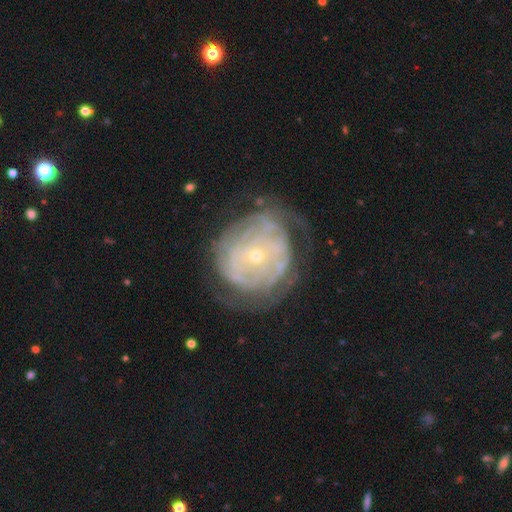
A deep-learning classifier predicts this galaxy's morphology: smooth-or-featured: featured or disk: 77% | smooth: 16% | star or artifact: 7%
  disk-edge-on: no: 96% | yes: 4%
    bar: no: 81% | weak: 14% | strong: 4%
    has-spiral-arms: yes: 73% | no: 27%
      spiral-winding: tight: 74% | medium: 18% | loose: 8%
      spiral-arm-count: can't tell: 56% | 2: 13% | 4: 9% | 3: 9% | more than 4: 8% | 1: 5%
    bulge-size: small: 81% | moderate: 16% | large: 1% | none: 1% | dominant: 1%
  merging: none: 60% | minor disturbance: 21% | major disturbance: 17% | merger: 2%